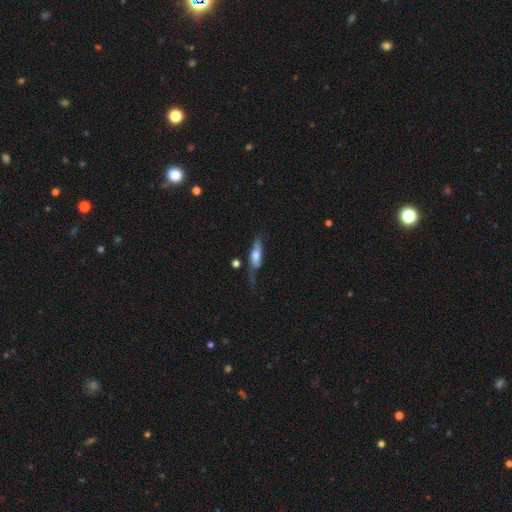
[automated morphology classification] The model was most divided on "how rounded": in between: 49%, cigar-shaped: 48%, round: 3%. Remaining: smooth or featured — smooth (56%); merging — none (39%).